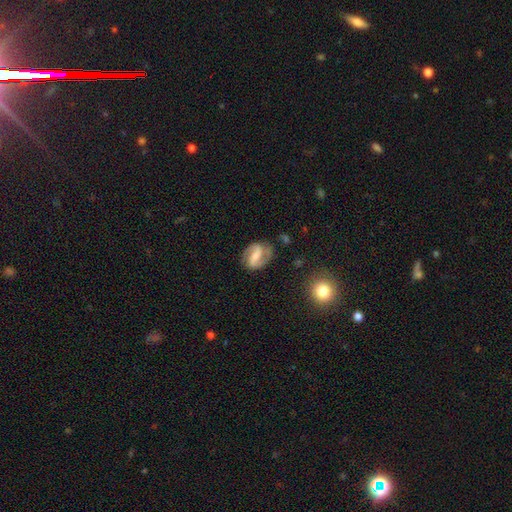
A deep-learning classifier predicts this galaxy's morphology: Smooth or featured?
  - featured or disk: 81% *
  - smooth: 13%
  - star or artifact: 6%
Edge-on disk?
  - no: 97% *
  - yes: 3%
Bar?
  - strong: 50% *
  - weak: 35%
  - no: 15%
Spiral arms?
  - yes: 94% *
  - no: 6%
Spiral winding?
  - medium: 50% *
  - loose: 26%
  - tight: 25%
Spiral arm count?
  - 2: 91% *
  - can't tell: 3%
  - 1: 2%
  - 3: 1%
  - 4: 1%
  - more than 4: 1%
Bulge size?
  - small: 47% *
  - moderate: 36%
  - none: 12%
  - large: 5%
  - dominant: 1%
Merging?
  - none: 79% *
  - minor disturbance: 14%
  - major disturbance: 5%
  - merger: 2%